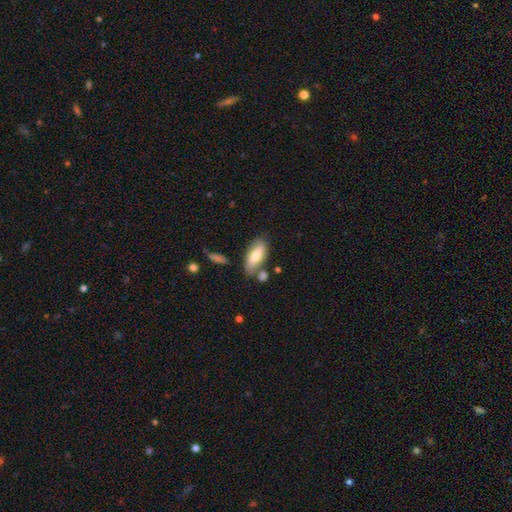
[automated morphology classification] This is likely a smooth galaxy (71%). How rounded: clearly in between (85%). Merging: likely none (65%).